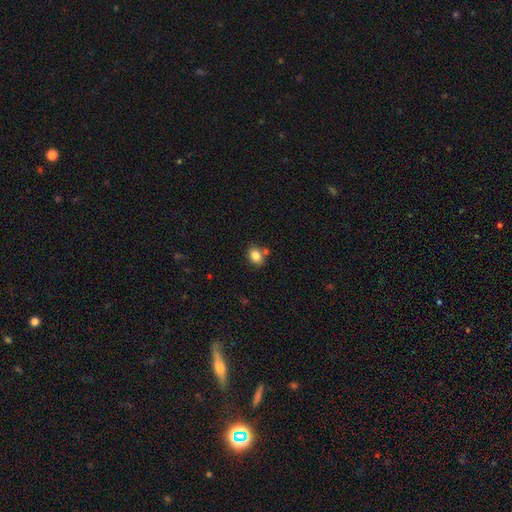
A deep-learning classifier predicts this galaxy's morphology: A smooth galaxy with no disk features (83%) that is in between round and cigar-shaped (68%). Merging: none (71%).